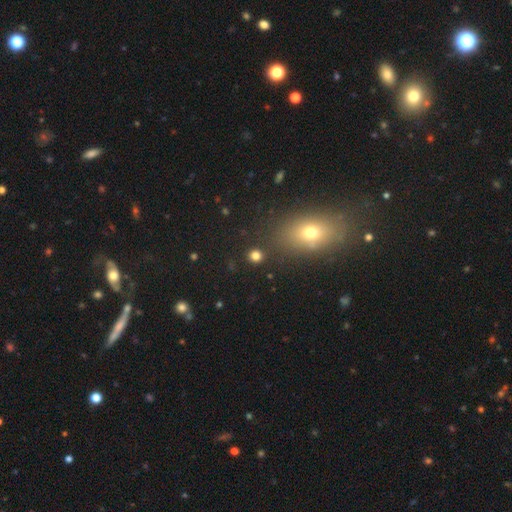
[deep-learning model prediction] This is likely a smooth galaxy (79%). How rounded: clearly round (85%). Merging: clearly none (86%).